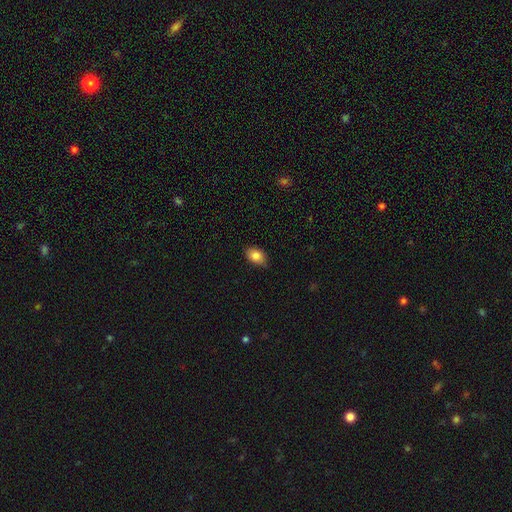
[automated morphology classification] Q: Smooth or featured?
A: smooth (84%); runner-up: featured or disk (8%)
Q: How rounded?
A: in between (84%); runner-up: round (14%)
Q: Merging?
A: none (80%); runner-up: minor disturbance (17%)